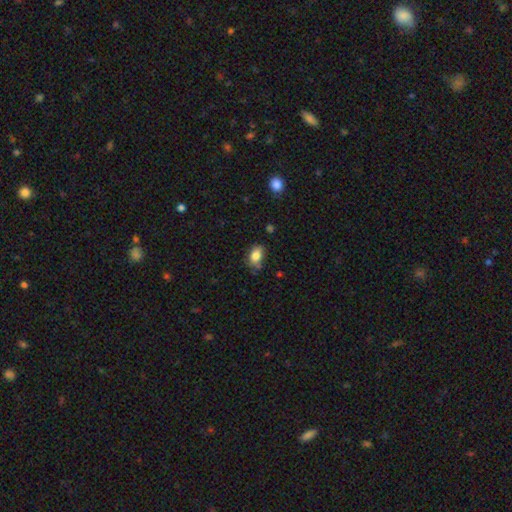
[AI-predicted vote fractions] This appears to be a smooth galaxy with no disk features (83%) that is in between round and cigar-shaped (84%). Merging: none (64%).